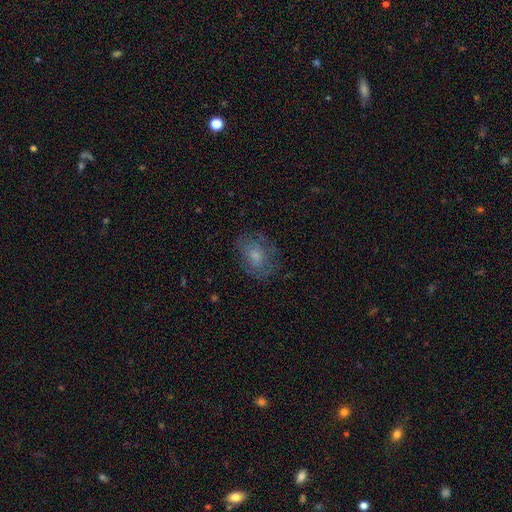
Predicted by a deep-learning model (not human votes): This is possibly a smooth galaxy (58%). How rounded: likely in between (64%). Merging: likely none (69%).